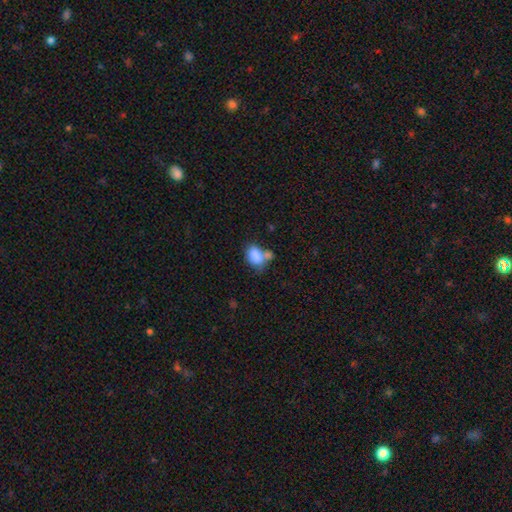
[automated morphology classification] This is clearly a smooth galaxy (82%). How rounded: clearly in between (82%). Merging: marginally merger (44%).